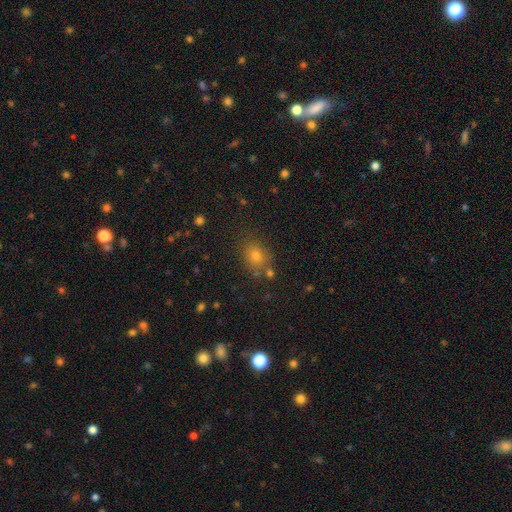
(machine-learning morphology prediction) This is likely a smooth galaxy (70%). How rounded: likely round (60%). Merging: likely none (77%).